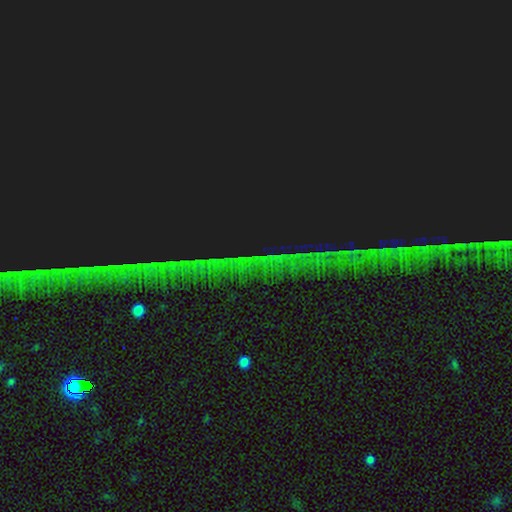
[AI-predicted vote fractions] Overall: star or artifact (86%).